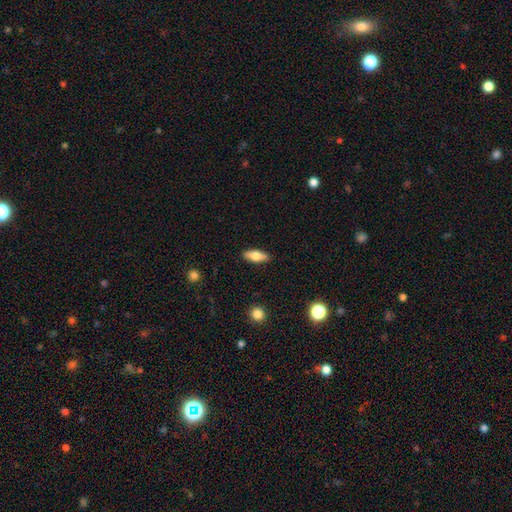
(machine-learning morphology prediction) smooth-or-featured: smooth: 70% | featured or disk: 24% | star or artifact: 6%
  how-rounded: in between: 71% | cigar-shaped: 26% | round: 3%
  merging: none: 88% | minor disturbance: 9% | major disturbance: 2% | merger: 1%